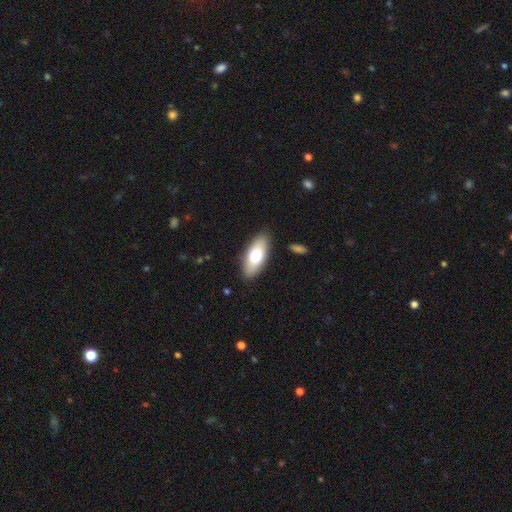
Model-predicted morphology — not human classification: smooth-or-featured: smooth: 69% | featured or disk: 25% | star or artifact: 6%
  how-rounded: in between: 84% | cigar-shaped: 14% | round: 3%
  merging: none: 88% | minor disturbance: 9% | major disturbance: 2% | merger: 2%